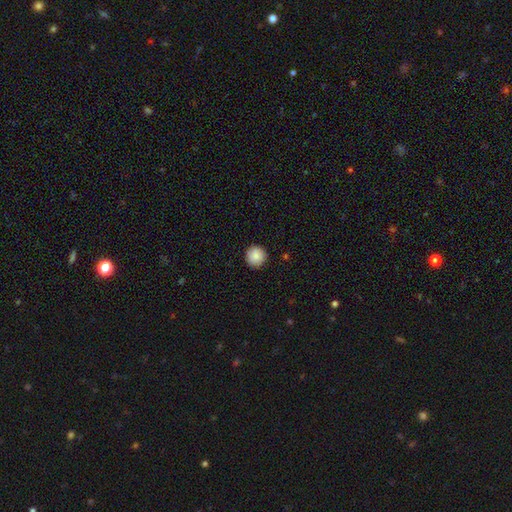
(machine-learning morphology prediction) Overall: smooth (88%). How rounded: round (95%). Merging: none (91%).